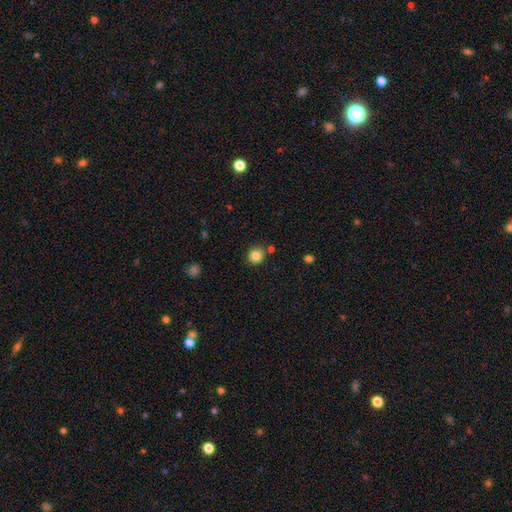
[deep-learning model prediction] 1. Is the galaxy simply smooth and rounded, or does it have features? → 83% smooth, 12% star or artifact, 5% featured or disk.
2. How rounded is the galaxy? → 90% round, 9% in between, 1% cigar-shaped.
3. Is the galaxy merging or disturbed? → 83% none, 9% minor disturbance, 6% merger, 2% major disturbance.